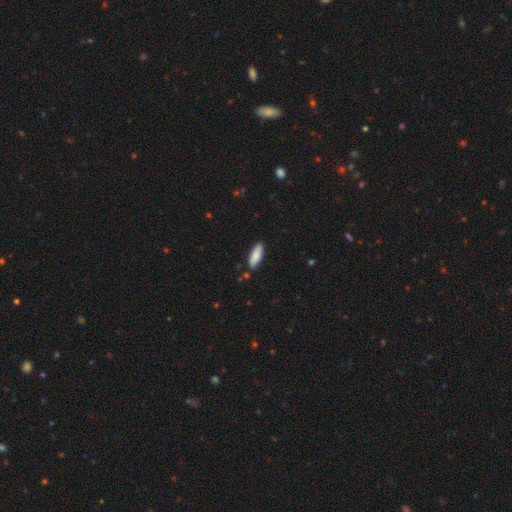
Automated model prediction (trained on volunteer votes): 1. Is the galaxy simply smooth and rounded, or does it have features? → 86% smooth, 8% featured or disk, 6% star or artifact.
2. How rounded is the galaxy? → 58% in between, 40% cigar-shaped, 2% round.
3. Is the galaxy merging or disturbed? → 83% none, 12% minor disturbance, 2% merger, 2% major disturbance.